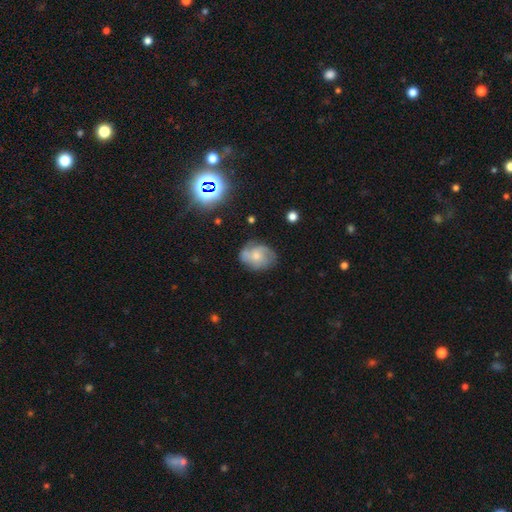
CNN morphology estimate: smooth-or-featured: featured or disk: 50% | smooth: 40% | star or artifact: 9%
  disk-edge-on: no: 96% | yes: 4%
  merging: none: 64% | minor disturbance: 25% | major disturbance: 8% | merger: 3%